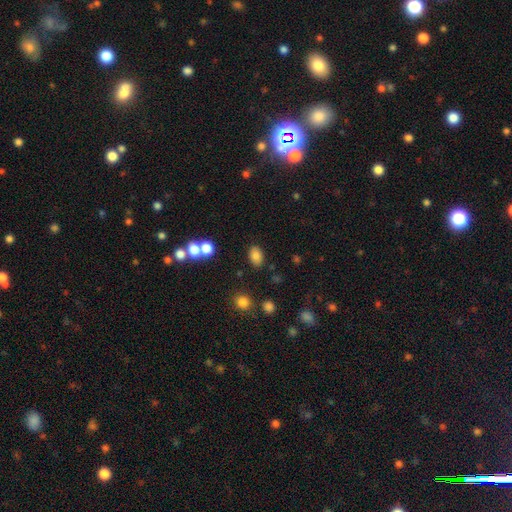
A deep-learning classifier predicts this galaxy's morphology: The model was most divided on "how rounded": in between: 82%, round: 16%, cigar-shaped: 1%. More confident: merging — none (82%); smooth or featured — smooth (80%).